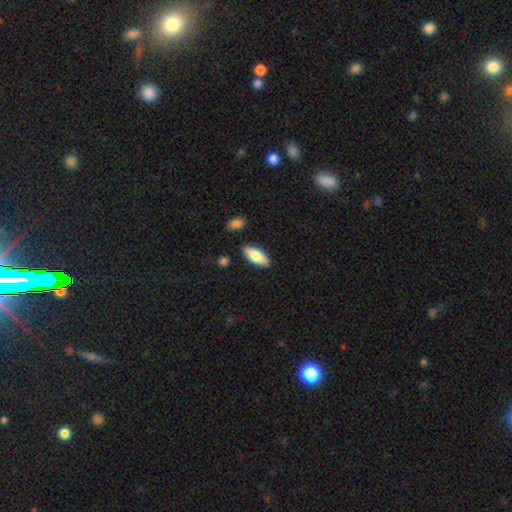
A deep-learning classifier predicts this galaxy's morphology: smooth 75%, featured or disk 19%, star or artifact 6%. Down the decision tree: how rounded — in between (76%); merging — none (87%).